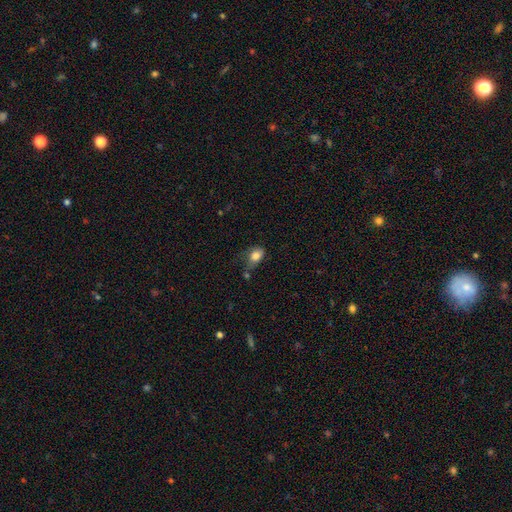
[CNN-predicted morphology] Q: Smooth or featured?
A: smooth (81%); runner-up: featured or disk (10%)
Q: How rounded?
A: in between (77%); runner-up: round (21%)
Q: Merging?
A: none (44%); runner-up: minor disturbance (35%)